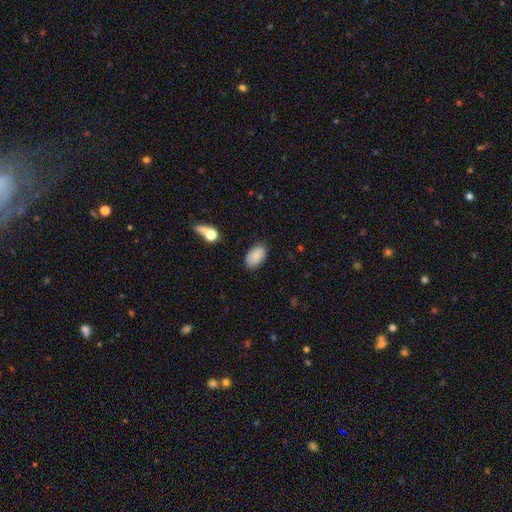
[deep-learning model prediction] A smooth galaxy with no disk features (84%) that is in between round and cigar-shaped (93%). Merging: none (83%).